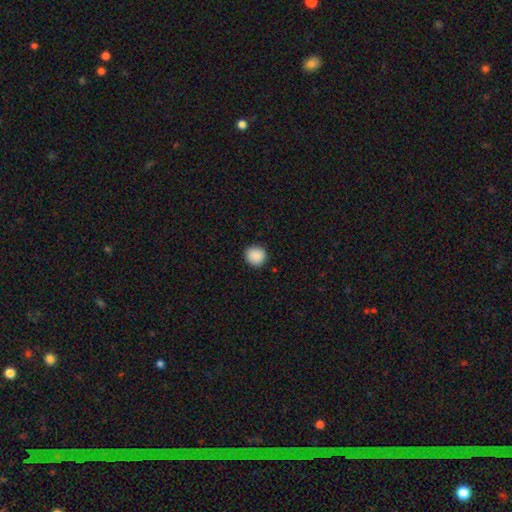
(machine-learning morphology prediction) smooth-or-featured: smooth: 89% | star or artifact: 8% | featured or disk: 2%
  how-rounded: round: 90% | in between: 9% | cigar-shaped: 1%
  merging: none: 90% | minor disturbance: 7% | major disturbance: 2% | merger: 1%